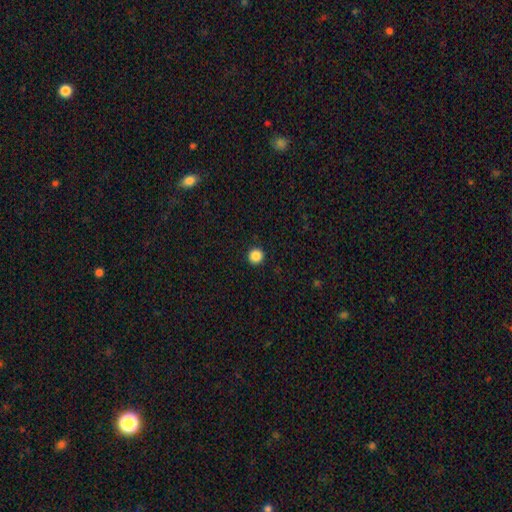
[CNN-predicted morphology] A smooth galaxy with no disk features (87%) that is round (95%).

Vote fractions:
- Smooth or featured? smooth: 87% / star or artifact: 10% / featured or disk: 3%
- How rounded? round: 95% / in between: 4% / cigar-shaped: 1%
- Merging? none: 93% / minor disturbance: 4% / major disturbance: 2% / merger: 1%